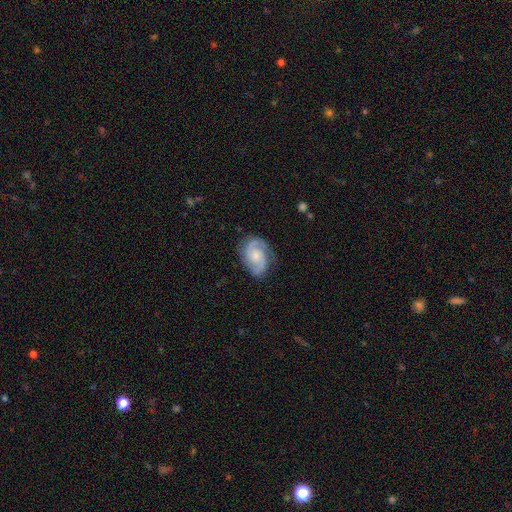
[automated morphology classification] Overall: featured or disk (85%). Edge-on disk: no (98%). Bar: no (65%; weak 30%). Spiral arms: yes (97%). Spiral arm count: 2 (87%). Spiral winding: medium (49%; tight 40%). Bulge size: small (49%; moderate 33%). Merging: none (78%).